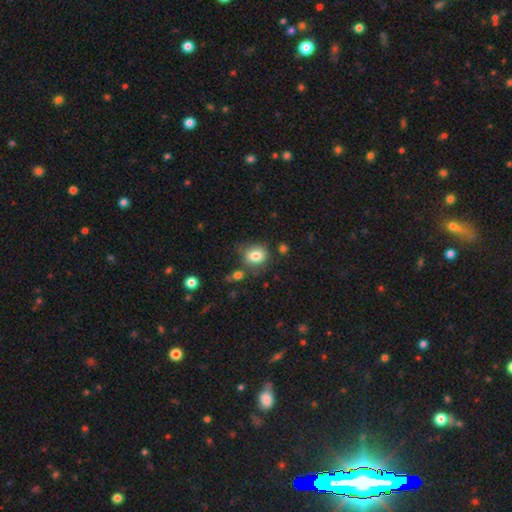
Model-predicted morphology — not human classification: This appears to be a smooth galaxy with no disk features (81%) that is round (59%). Merging: none (65%).